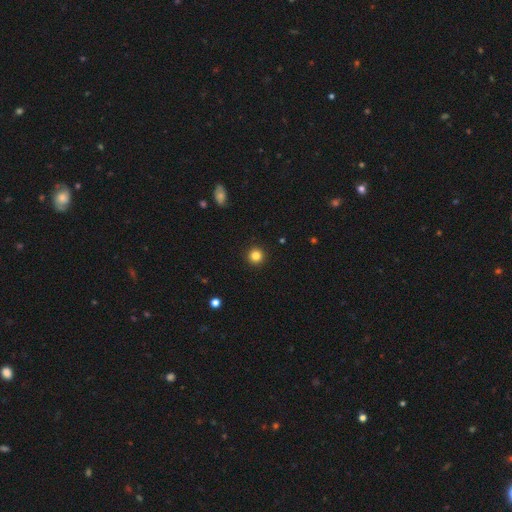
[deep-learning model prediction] smooth 83%, star or artifact 12%, featured or disk 5%. Down the decision tree: how rounded — round (95%); merging — none (93%).